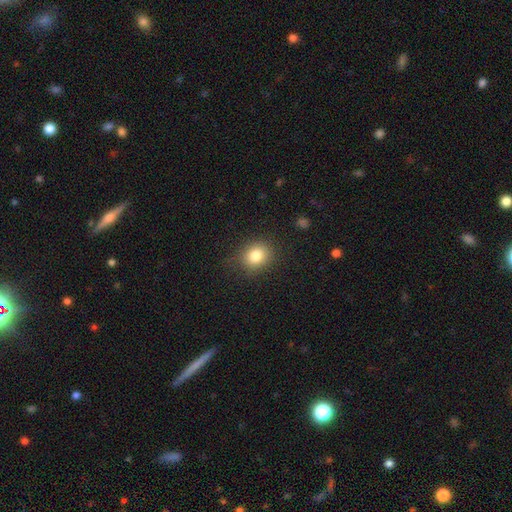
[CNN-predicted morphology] smooth-or-featured: smooth: 82% | star or artifact: 10% | featured or disk: 8%
  how-rounded: round: 63% | in between: 36% | cigar-shaped: 1%
  merging: none: 84% | minor disturbance: 11% | major disturbance: 4% | merger: 1%